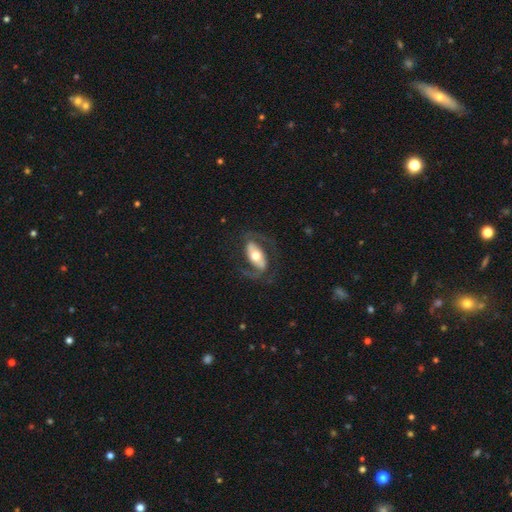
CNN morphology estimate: Smooth or featured: featured or disk — 70% (smooth — 25%)
Edge-on disk: no — 90% (yes — 10%)
Bar: strong — 44% (no — 32%)
Spiral arms: yes — 75% (no — 25%)
Bulge size: moderate — 66% (large — 17%)
Merging: none — 71% (major disturbance — 14%)